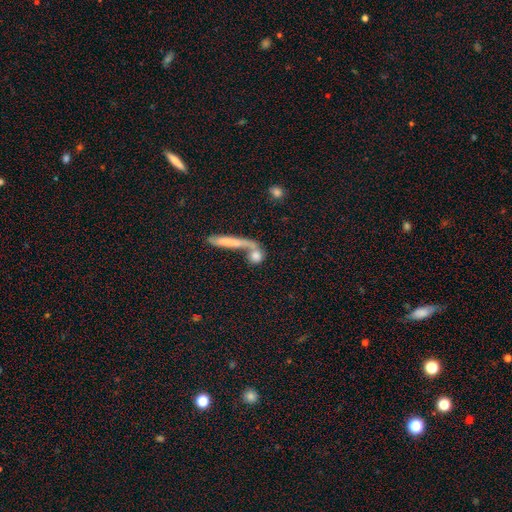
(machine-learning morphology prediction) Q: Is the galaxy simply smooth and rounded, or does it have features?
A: smooth — 70%.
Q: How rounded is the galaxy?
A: round — 52%.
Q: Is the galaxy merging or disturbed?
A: merger — 41%.